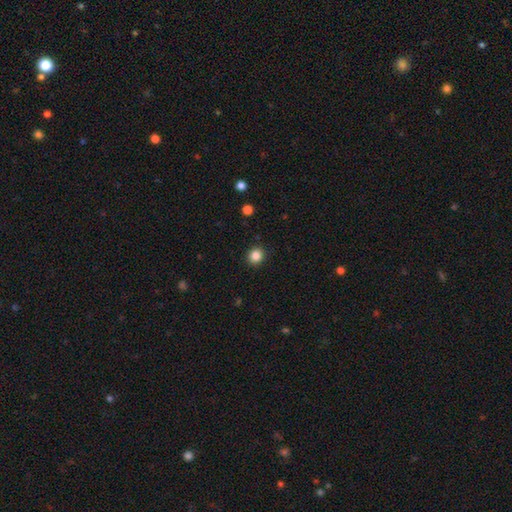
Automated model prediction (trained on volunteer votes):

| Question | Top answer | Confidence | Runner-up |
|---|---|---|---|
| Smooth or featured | smooth | 85% | star or artifact (11%) |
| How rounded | round | 84% | in between (15%) |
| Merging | none | 91% | minor disturbance (6%) |